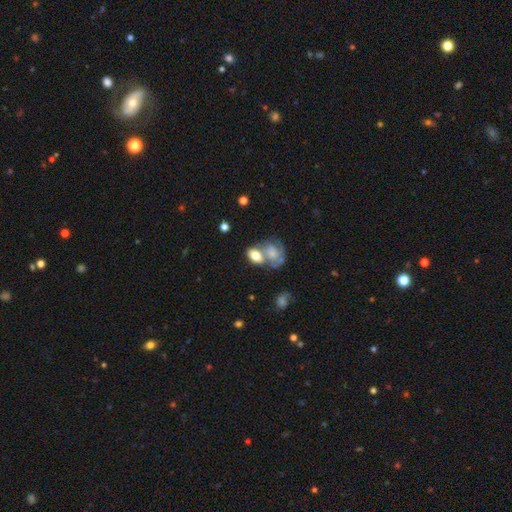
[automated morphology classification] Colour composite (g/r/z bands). It shows a smooth galaxy with no disk features (68%) that is in between round and cigar-shaped (82%). Merging: merger (54%).